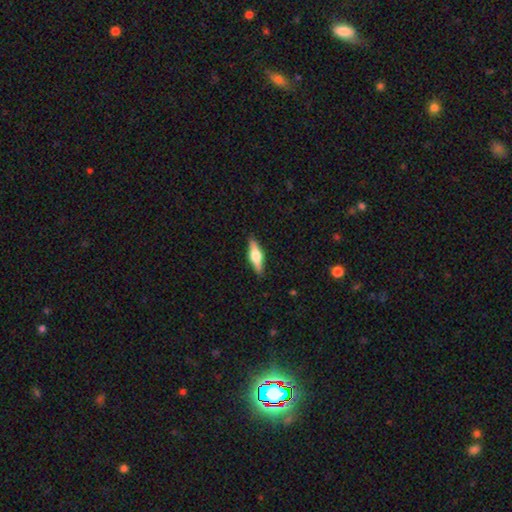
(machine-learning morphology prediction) smooth_or_featured: featured or disk (p=0.59) [alt: smooth p=0.35]
disk_edge_on: yes (p=0.96) [alt: no p=0.04]
edge_on_bulge: rounded (p=0.92) [alt: boxy p=0.06]
merging: none (p=0.89) [alt: minor disturbance p=0.08]